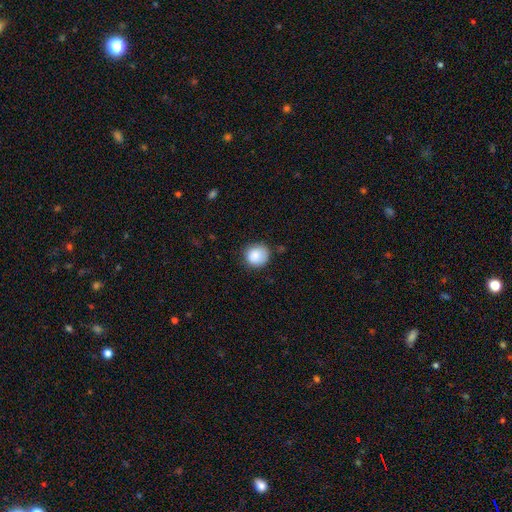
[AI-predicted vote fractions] smooth 87%, star or artifact 8%, featured or disk 5%. Down the decision tree: how rounded — round (86%); merging — none (75%).